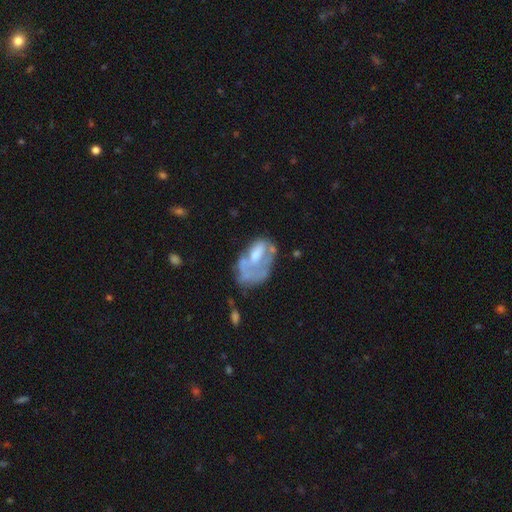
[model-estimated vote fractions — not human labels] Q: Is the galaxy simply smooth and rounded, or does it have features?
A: featured or disk — 54%.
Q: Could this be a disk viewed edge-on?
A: no — 95%.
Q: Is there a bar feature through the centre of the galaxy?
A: no — 79%.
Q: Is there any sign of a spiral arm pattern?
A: no — 82%.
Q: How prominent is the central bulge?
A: moderate — 43%.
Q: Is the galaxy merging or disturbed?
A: major disturbance — 33%.